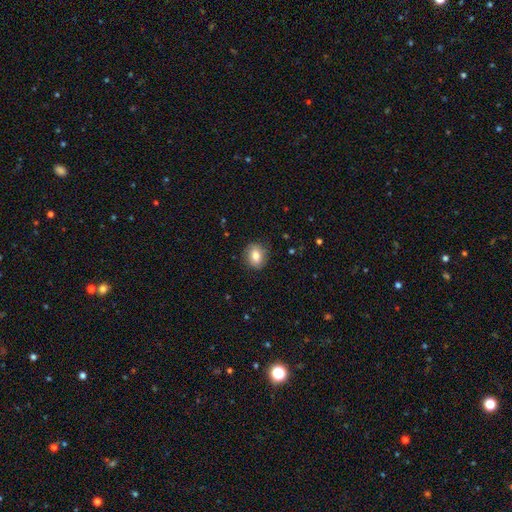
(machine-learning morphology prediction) A smooth galaxy with no disk features (78%) that is round (58%).

Vote fractions:
- Smooth or featured? smooth: 78% / featured or disk: 13% / star or artifact: 9%
- How rounded? round: 58% / in between: 41% / cigar-shaped: 1%
- Merging? none: 85% / minor disturbance: 11% / major disturbance: 3% / merger: 1%